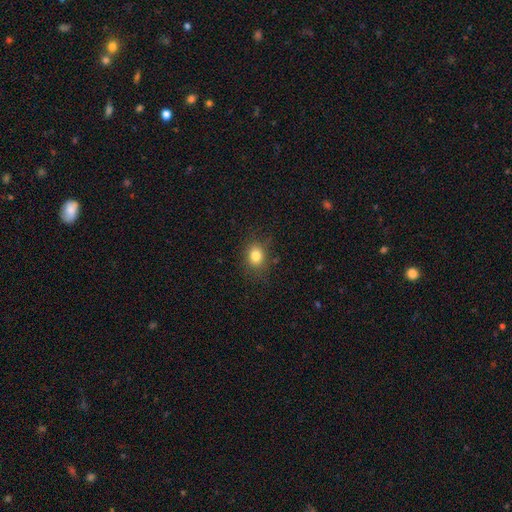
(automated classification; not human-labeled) This is clearly a smooth galaxy (82%). How rounded: possibly round (55%). Merging: clearly none (81%).